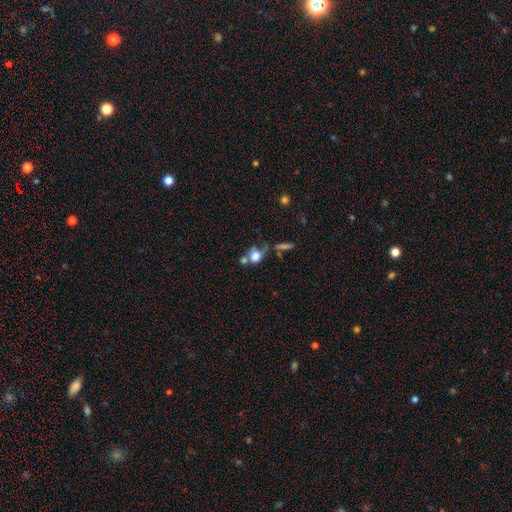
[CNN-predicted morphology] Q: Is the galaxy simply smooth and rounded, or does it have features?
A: smooth — 71%.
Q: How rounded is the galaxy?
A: round — 64%.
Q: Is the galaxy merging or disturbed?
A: merger — 36%, tied with none.